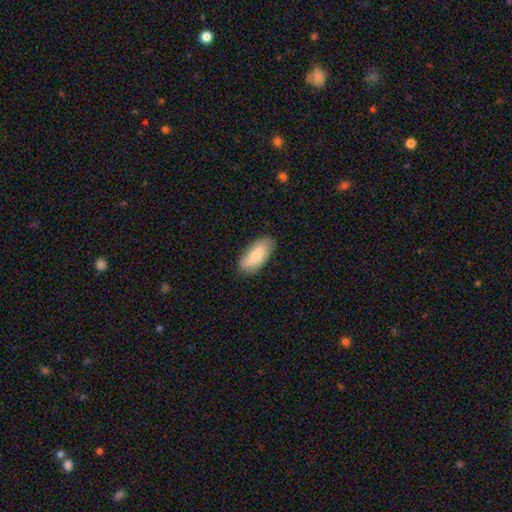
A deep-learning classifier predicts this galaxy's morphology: The model was most divided on "smooth or featured": smooth: 78%, featured or disk: 16%, star or artifact: 6%. More confident: how rounded — in between (86%); merging — none (81%).